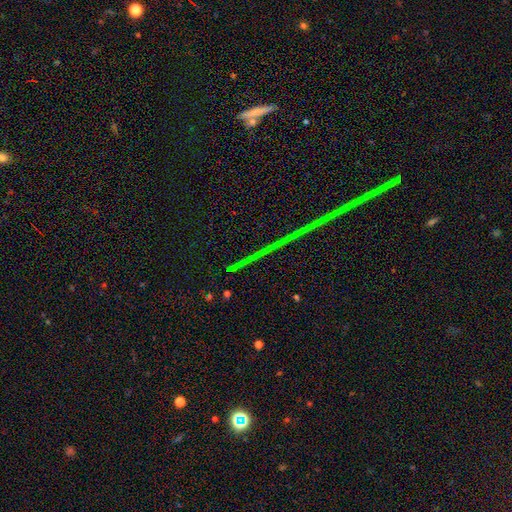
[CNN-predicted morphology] A star or artifact, not a galaxy (84%).

Vote fractions:
- Smooth or featured? star or artifact: 84% / featured or disk: 10% / smooth: 7%